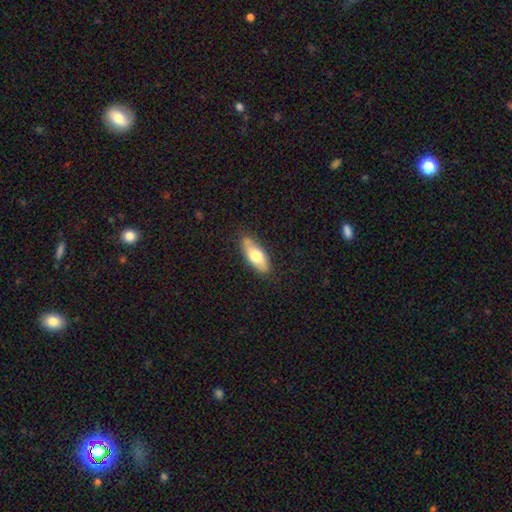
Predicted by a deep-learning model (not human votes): Smooth or featured?
  - smooth: 68% *
  - featured or disk: 26%
  - star or artifact: 6%
How rounded?
  - in between: 78% *
  - cigar-shaped: 19%
  - round: 3%
Merging?
  - none: 78% *
  - minor disturbance: 17%
  - major disturbance: 3%
  - merger: 2%